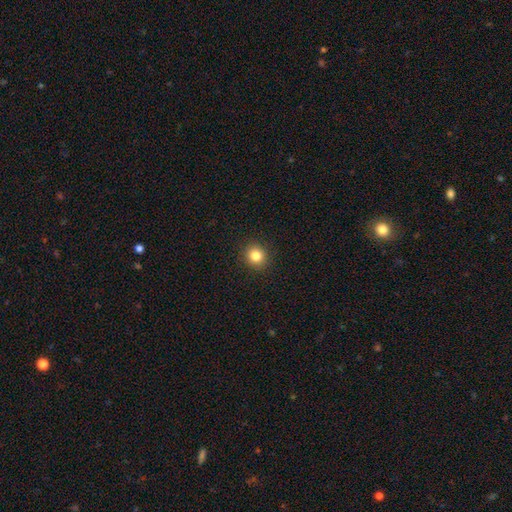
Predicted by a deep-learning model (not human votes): This appears to be a smooth galaxy with no disk features (83%) that is round (90%). Merging: none (92%).